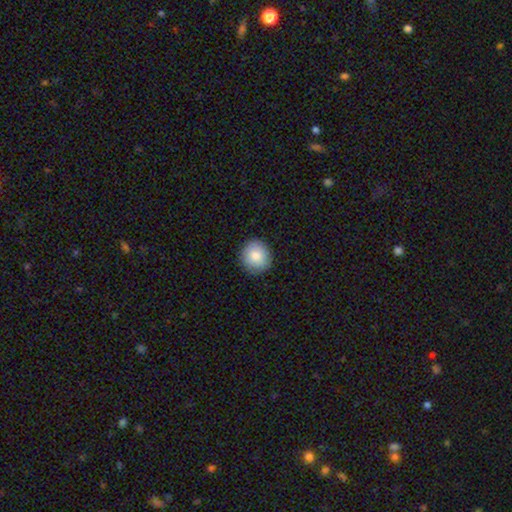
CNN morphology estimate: A smooth galaxy with no disk features (84%) that is round (88%). Merging: none (90%).